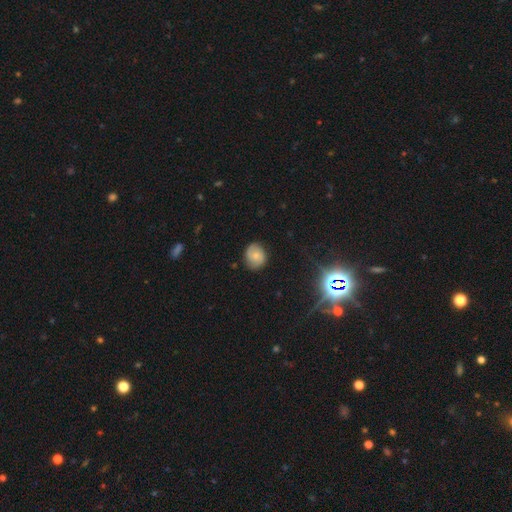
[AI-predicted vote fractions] Morphology: type=smooth (55%); roundness=round (68%); merging=none (80%).